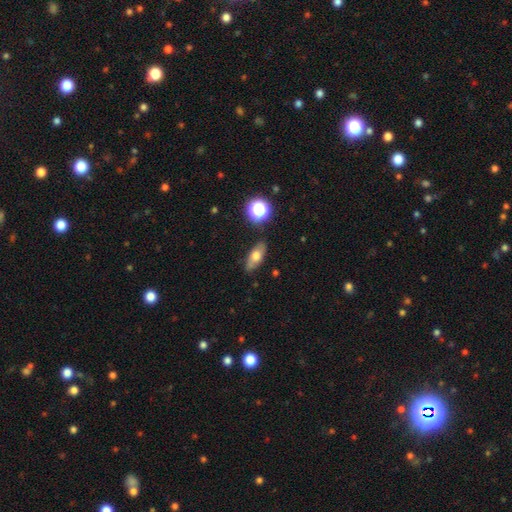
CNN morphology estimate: This is likely a smooth galaxy (62%). How rounded: likely in between (75%). Merging: clearly none (81%).